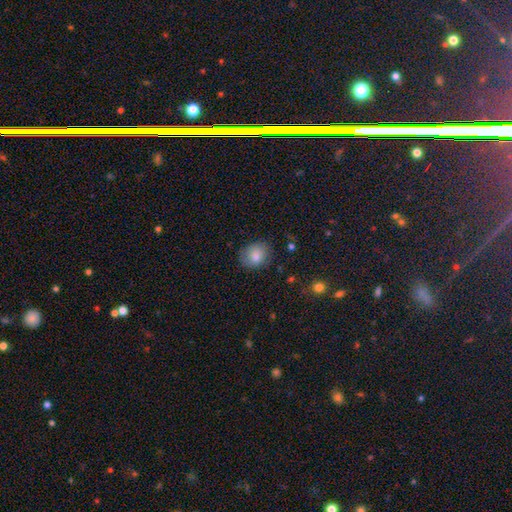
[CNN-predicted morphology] Smooth or featured?
  - smooth: 83% *
  - featured or disk: 9%
  - star or artifact: 9%
How rounded?
  - round: 55% *
  - in between: 44%
  - cigar-shaped: 1%
Merging?
  - none: 75% *
  - minor disturbance: 19%
  - major disturbance: 4%
  - merger: 1%